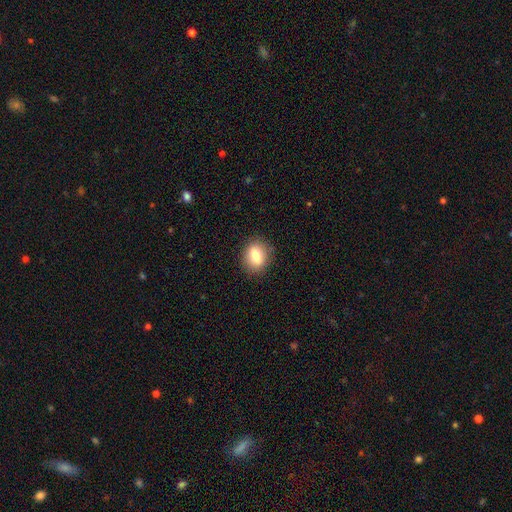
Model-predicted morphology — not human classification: Smooth or featured? Predicted: smooth (p=0.80). How rounded? Predicted: in between (p=0.51). Merging? Predicted: none (p=0.87).